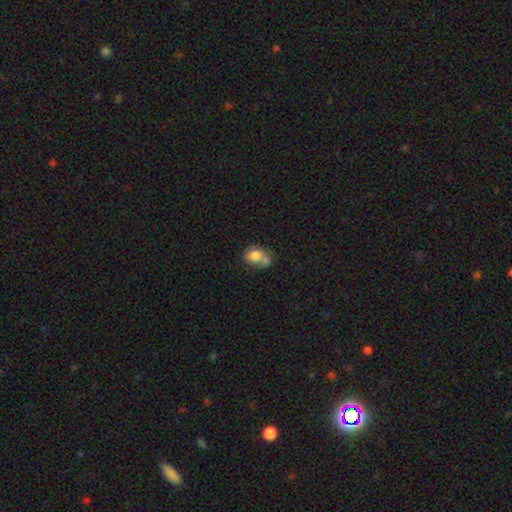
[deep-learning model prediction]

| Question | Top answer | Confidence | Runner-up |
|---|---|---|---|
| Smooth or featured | smooth | 78% | featured or disk (14%) |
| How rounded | in between | 57% | round (42%) |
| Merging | merger | 47% | none (34%) |